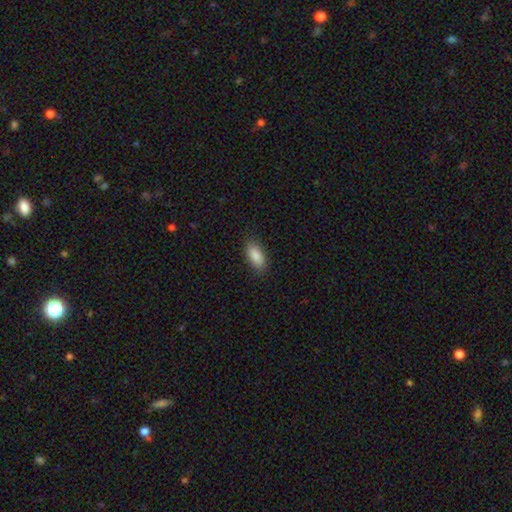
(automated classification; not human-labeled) A smooth galaxy with no disk features (88%) that is in between round and cigar-shaped (88%).

Vote fractions:
- Smooth or featured? smooth: 88% / star or artifact: 7% / featured or disk: 5%
- How rounded? in between: 88% / cigar-shaped: 9% / round: 2%
- Merging? none: 87% / minor disturbance: 10% / major disturbance: 2% / merger: 1%